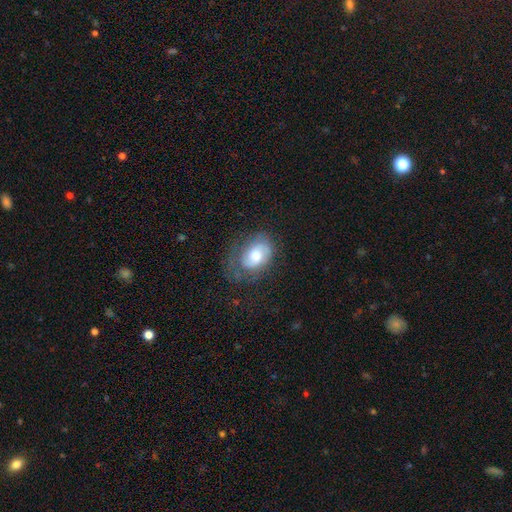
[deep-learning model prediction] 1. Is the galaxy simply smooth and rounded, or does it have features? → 50% featured or disk, 43% smooth, 8% star or artifact.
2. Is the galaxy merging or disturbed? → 54% none, 26% minor disturbance, 18% major disturbance, 1% merger.